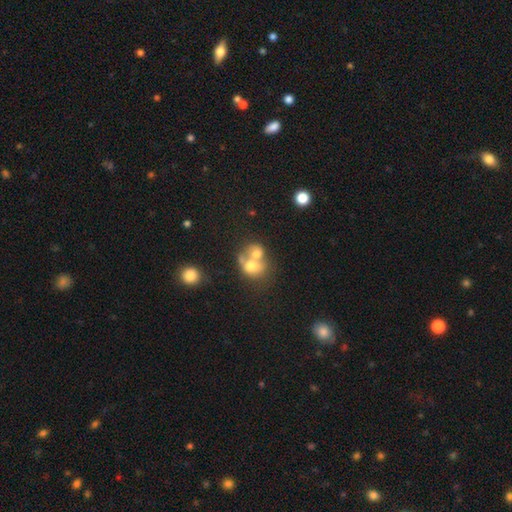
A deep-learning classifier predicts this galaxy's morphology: smooth 60%, featured or disk 25%, star or artifact 14%. Down the decision tree: how rounded — round (64%); merging — merger (65%).